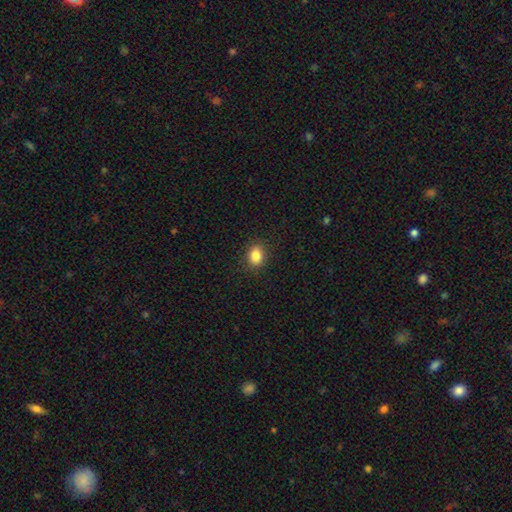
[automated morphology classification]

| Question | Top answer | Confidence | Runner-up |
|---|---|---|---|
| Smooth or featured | smooth | 85% | star or artifact (10%) |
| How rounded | in between | 59% | round (40%) |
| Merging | none | 89% | minor disturbance (8%) |